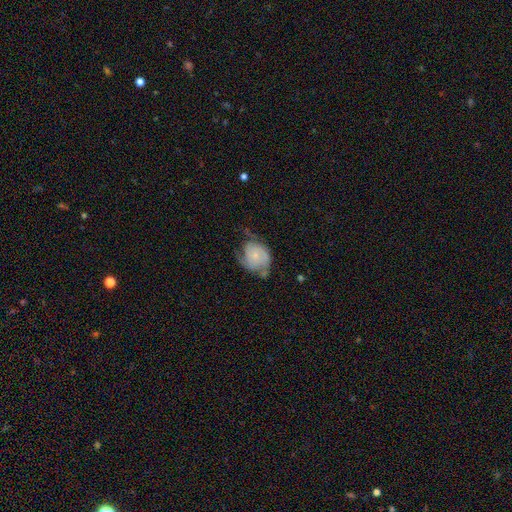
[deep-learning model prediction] A featured or disk galaxy (65%) with no bar (78%), 2 (52%) tight (44%) spiral arms (88%) and a small central bulge (71%).

Vote fractions:
- Smooth or featured? featured or disk: 65% / smooth: 28% / star or artifact: 6%
- Edge-on disk? no: 98% / yes: 2%
- Bar? no: 78% / weak: 19% / strong: 3%
- Spiral arms? yes: 88% / no: 12%
- Spiral winding? tight: 44% / medium: 38% / loose: 18%
- Spiral arm count? 2: 52% / can't tell: 21% / 3: 13% / 1: 8% / 4: 3% / more than 4: 3%
- Bulge size? small: 71% / moderate: 19% / none: 7% / large: 2% / dominant: 1%
- Merging? none: 45% / minor disturbance: 31% / major disturbance: 19% / merger: 5%